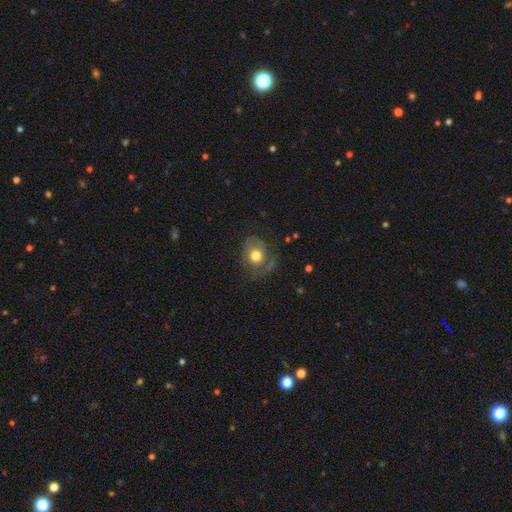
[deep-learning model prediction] smooth_or_featured: smooth (p=0.64) [alt: featured or disk p=0.26]
how_rounded: round (p=0.66) [alt: in between p=0.33]
merging: none (p=0.59) [alt: minor disturbance p=0.24]